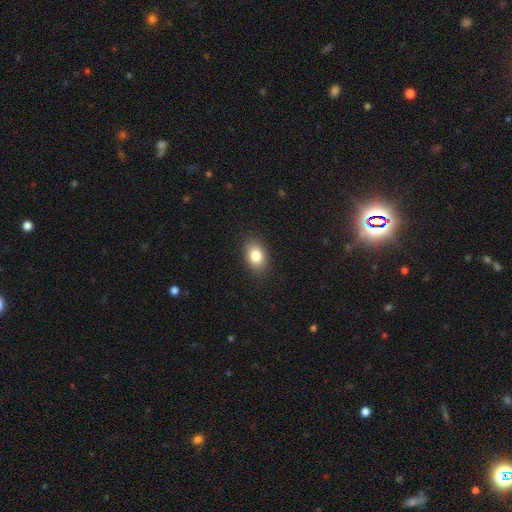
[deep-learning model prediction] This appears to be a smooth galaxy with no disk features (82%) that is in between round and cigar-shaped (80%). Merging: none (88%).